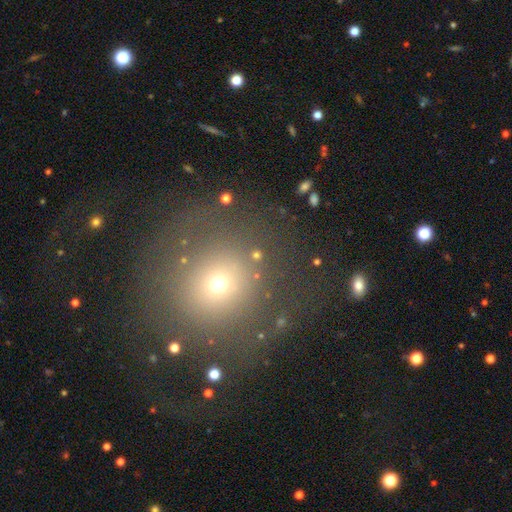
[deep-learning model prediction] Smooth or featured?
  - smooth: 62% *
  - star or artifact: 24%
  - featured or disk: 13%
How rounded?
  - round: 88% *
  - in between: 11%
  - cigar-shaped: 1%
Merging?
  - none: 74% *
  - minor disturbance: 11%
  - major disturbance: 10%
  - merger: 5%